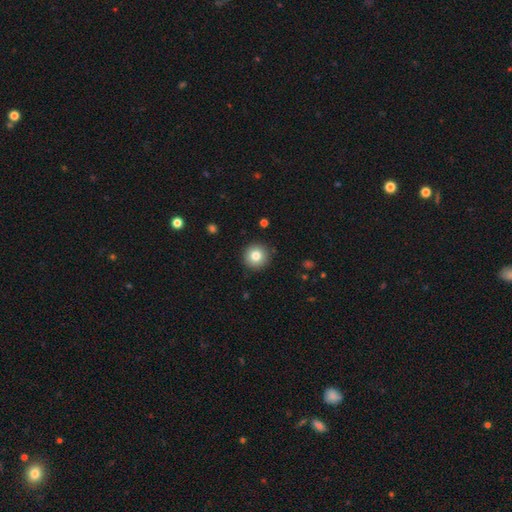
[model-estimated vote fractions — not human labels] This is clearly a smooth galaxy (81%). How rounded: clearly round (95%). Merging: clearly none (91%).